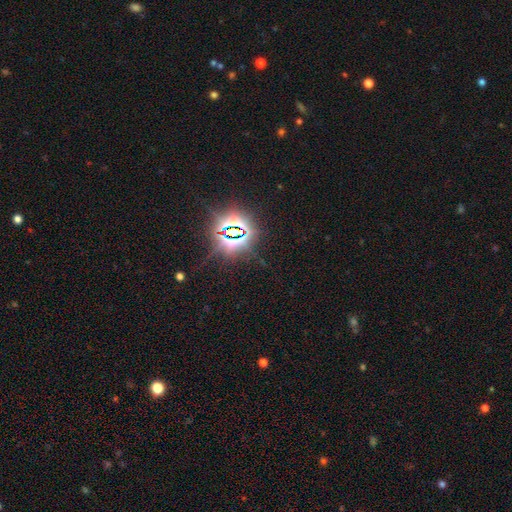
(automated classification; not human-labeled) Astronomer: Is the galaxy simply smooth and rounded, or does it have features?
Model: star or artifact — 83%.